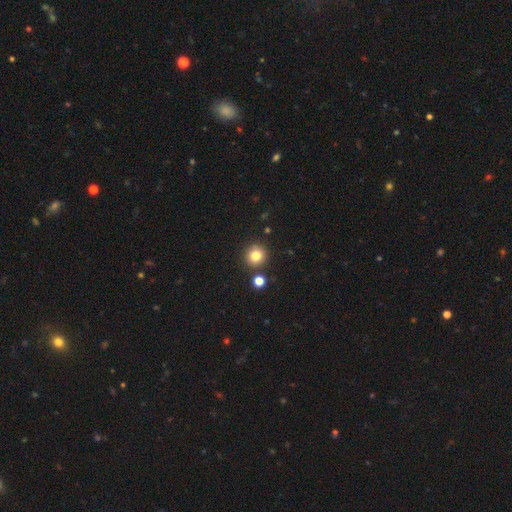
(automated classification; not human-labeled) A smooth galaxy with no disk features (80%) that is round (93%). Merging: none (85%).